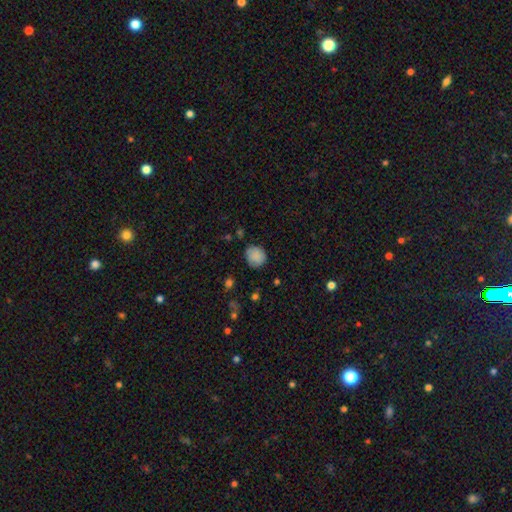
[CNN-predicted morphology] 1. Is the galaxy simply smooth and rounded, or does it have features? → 86% smooth, 8% star or artifact, 6% featured or disk.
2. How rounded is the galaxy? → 80% round, 19% in between, 1% cigar-shaped.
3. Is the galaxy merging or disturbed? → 77% none, 18% minor disturbance, 4% major disturbance, 2% merger.